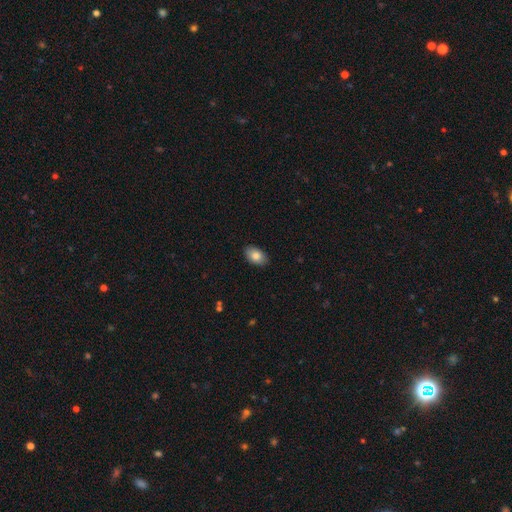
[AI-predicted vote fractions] smooth-or-featured: smooth: 83% | featured or disk: 10% | star or artifact: 7%
  how-rounded: in between: 92% | round: 7% | cigar-shaped: 1%
  merging: none: 88% | minor disturbance: 9% | major disturbance: 2% | merger: 1%